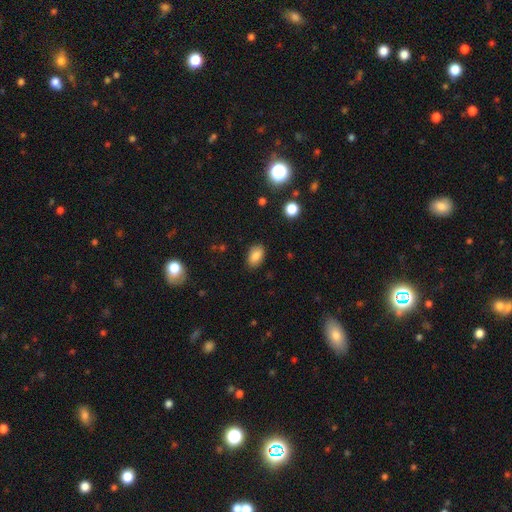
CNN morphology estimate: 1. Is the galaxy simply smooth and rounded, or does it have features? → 84% smooth, 10% star or artifact, 6% featured or disk.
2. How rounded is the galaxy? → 88% in between, 10% round, 2% cigar-shaped.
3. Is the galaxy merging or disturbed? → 85% none, 11% minor disturbance, 3% major disturbance, 1% merger.